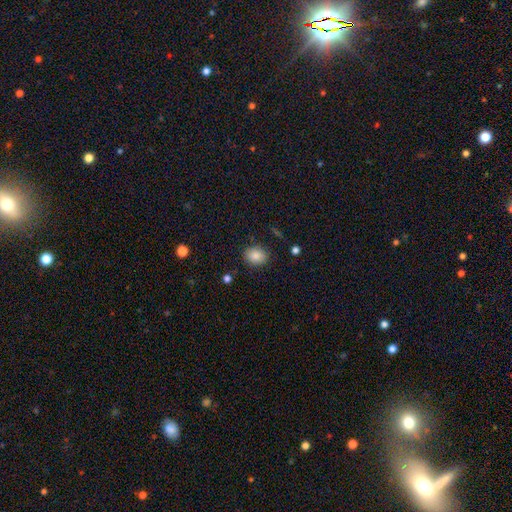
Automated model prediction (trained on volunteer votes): Q: Smooth or featured?
A: smooth (86%); runner-up: star or artifact (8%)
Q: How rounded?
A: round (50%); runner-up: in between (49%)
Q: Merging?
A: none (87%); runner-up: minor disturbance (9%)